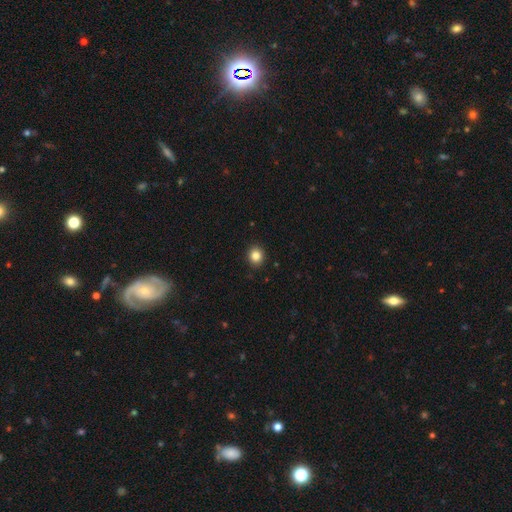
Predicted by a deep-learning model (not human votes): This is clearly a smooth galaxy (84%). How rounded: clearly round (81%). Merging: clearly none (91%).